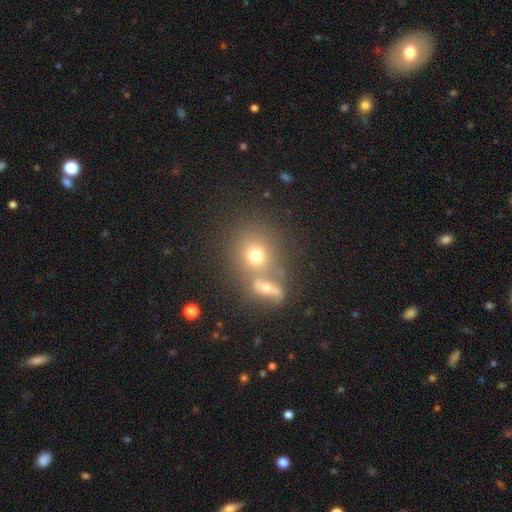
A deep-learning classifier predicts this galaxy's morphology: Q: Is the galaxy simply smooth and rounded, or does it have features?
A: smooth — 69%.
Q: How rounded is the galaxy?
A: round — 77%.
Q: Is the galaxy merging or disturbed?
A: none — 50%.